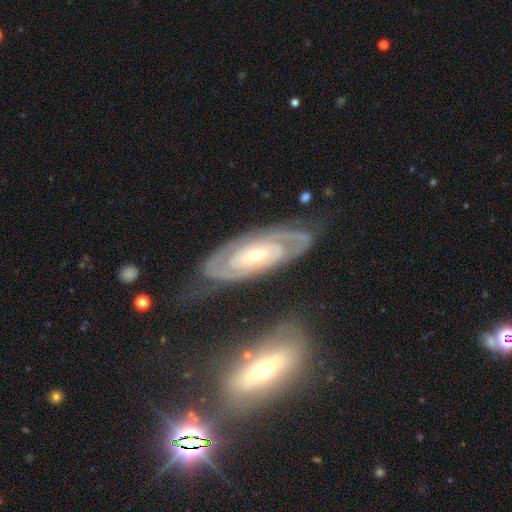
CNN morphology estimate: Smooth or featured: featured or disk — 86% (smooth — 9%)
Edge-on disk: no — 93% (yes — 7%)
Bar: no — 63% (weak — 25%)
Spiral arms: yes — 94% (no — 6%)
Spiral winding: tight — 74% (medium — 21%)
Spiral arm count: 2 — 62% (can't tell — 22%)
Bulge size: small — 63% (moderate — 33%)
Merging: none — 75% (minor disturbance — 15%)